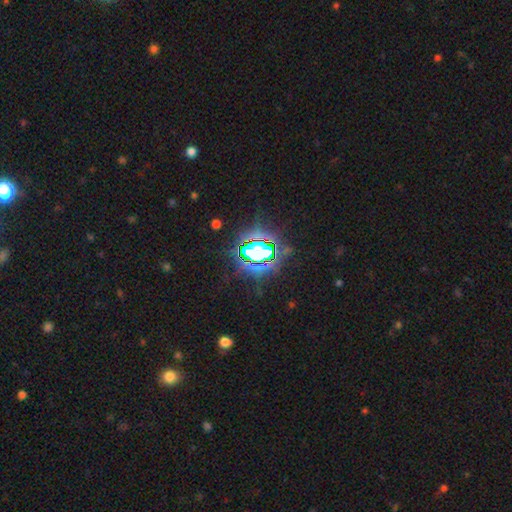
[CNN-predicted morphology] Q: Smooth or featured?
A: star or artifact (75%); runner-up: smooth (14%)